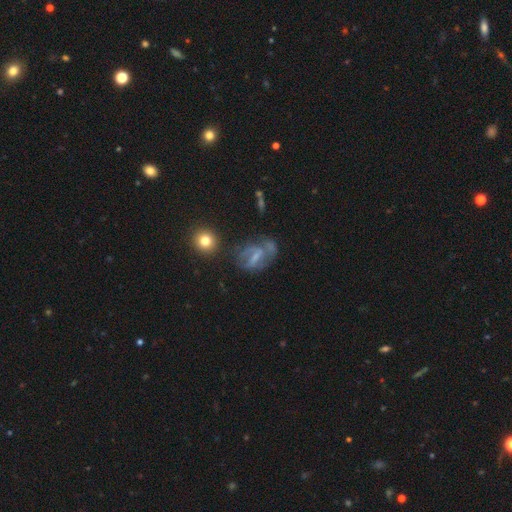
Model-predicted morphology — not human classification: This is likely a featured or disk galaxy (65%). It is clearly not viewed edge-on (94%). Bar: marginally weak (41%). Spiral arm pattern: likely yes (67%). Central bulge: marginally small (43%). Merging: marginally none (43%).